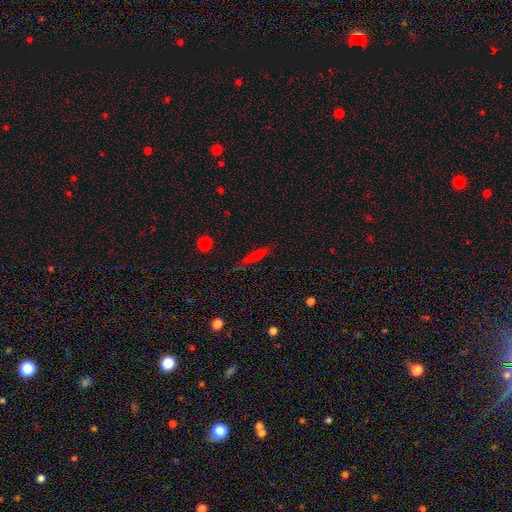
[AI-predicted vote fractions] Overall: smooth (66%). How rounded: cigar-shaped (90%). Merging: none (80%).